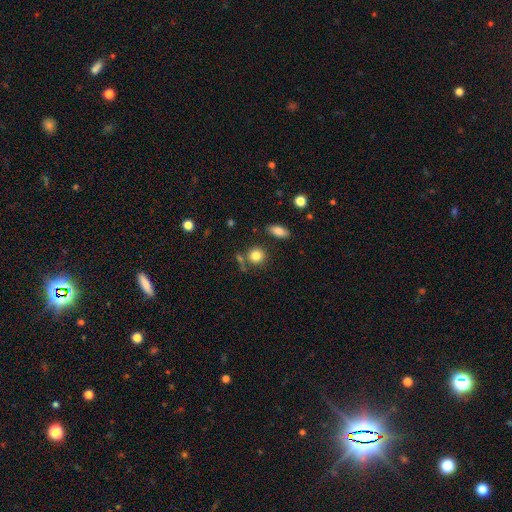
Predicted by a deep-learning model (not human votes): smooth-or-featured: smooth: 82% | star or artifact: 10% | featured or disk: 8%
  how-rounded: round: 85% | in between: 13% | cigar-shaped: 1%
  merging: none: 70% | merger: 13% | minor disturbance: 12% | major disturbance: 5%